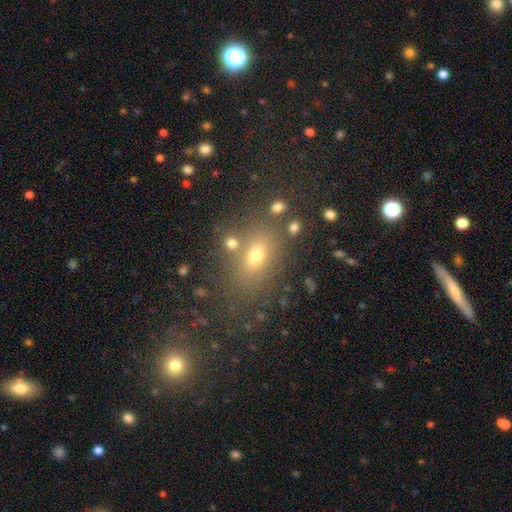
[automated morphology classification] Smooth or featured? smooth (62%)
How rounded? in between (74%)
Merging? none (72%)